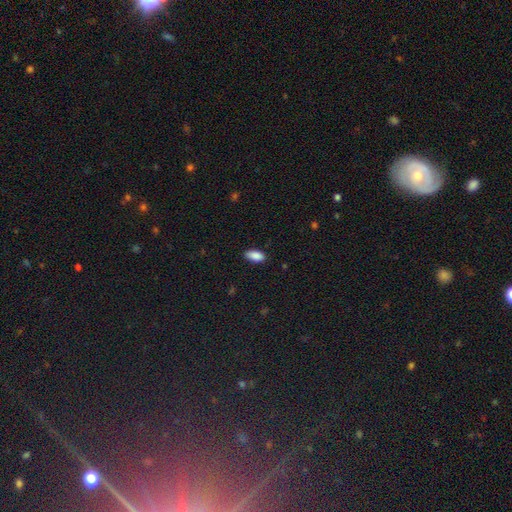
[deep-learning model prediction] Smooth or featured?
  - smooth: 89% *
  - star or artifact: 7%
  - featured or disk: 4%
How rounded?
  - in between: 92% *
  - cigar-shaped: 5%
  - round: 3%
Merging?
  - none: 83% *
  - minor disturbance: 14%
  - major disturbance: 2%
  - merger: 1%